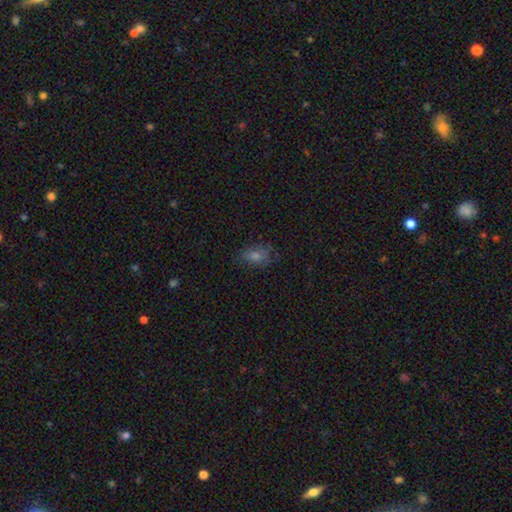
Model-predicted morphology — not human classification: Smooth or featured? smooth (61%)
How rounded? in between (77%)
Merging? none (76%)